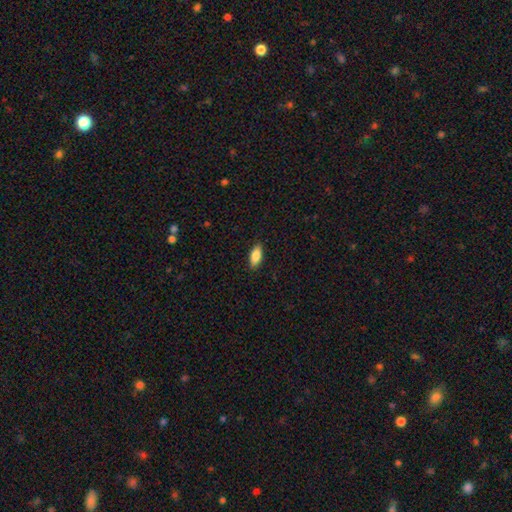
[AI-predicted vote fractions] This appears to be a smooth galaxy with no disk features (84%) that is in between round and cigar-shaped (83%). Merging: none (88%).